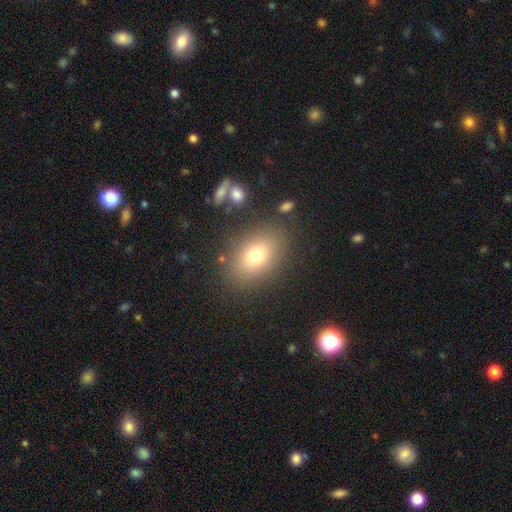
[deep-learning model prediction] Smooth or featured? smooth (74%)
How rounded? in between (78%)
Merging? none (83%)